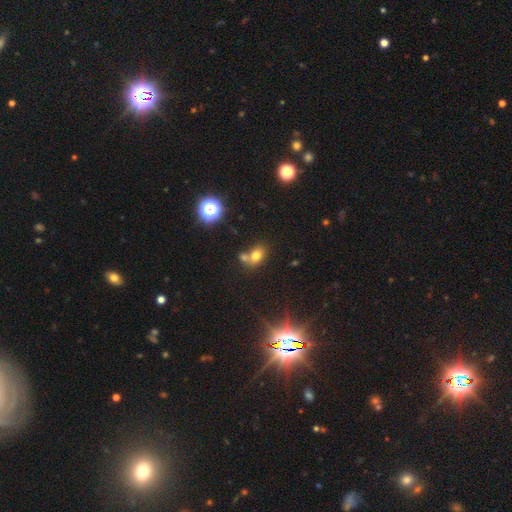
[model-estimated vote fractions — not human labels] A smooth galaxy with no disk features (72%) that is in between round and cigar-shaped (65%). Merging: none (43%).